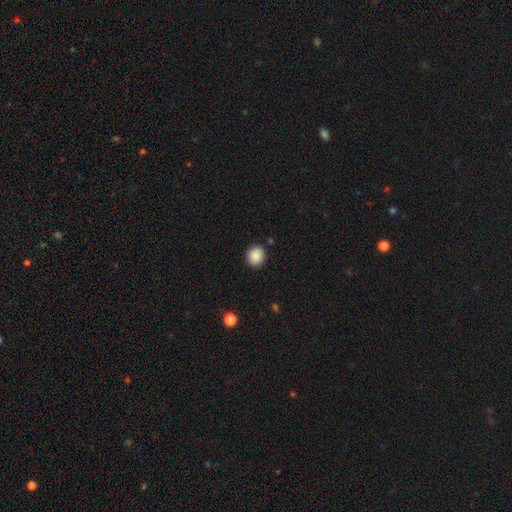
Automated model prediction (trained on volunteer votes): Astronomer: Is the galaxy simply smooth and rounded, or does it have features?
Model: smooth — 88%.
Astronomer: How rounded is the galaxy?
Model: round — 75%.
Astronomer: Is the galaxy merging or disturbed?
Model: none — 87%.